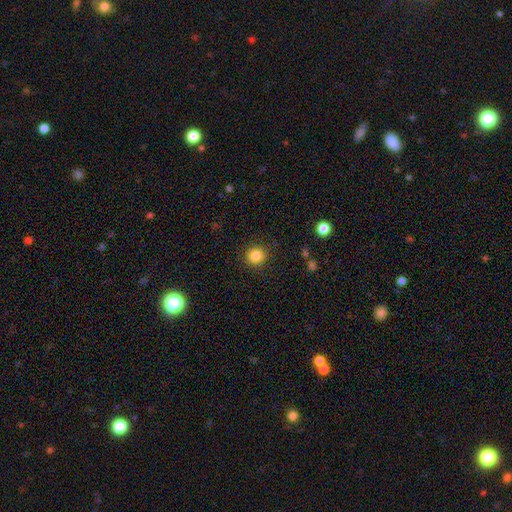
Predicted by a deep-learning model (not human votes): Smooth or featured? smooth (85%)
How rounded? round (91%)
Merging? none (89%)